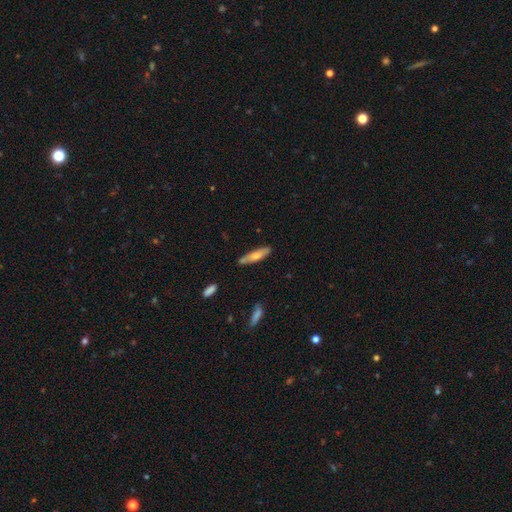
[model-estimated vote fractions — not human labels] A smooth galaxy with no disk features (63%) that is cigar-shaped (76%). Merging: none (77%).